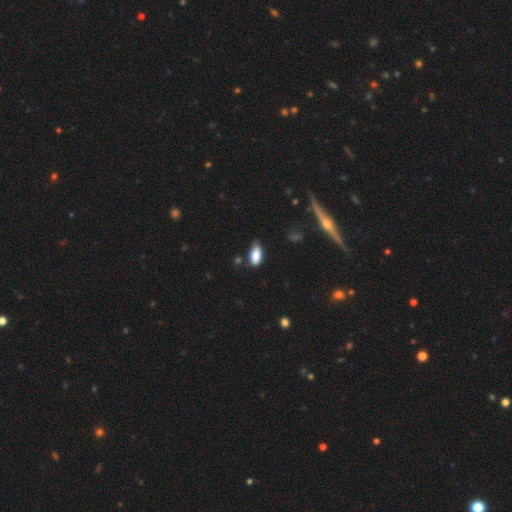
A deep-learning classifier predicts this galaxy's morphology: This is clearly a smooth galaxy (83%). How rounded: clearly in between (90%). Merging: likely none (66%).